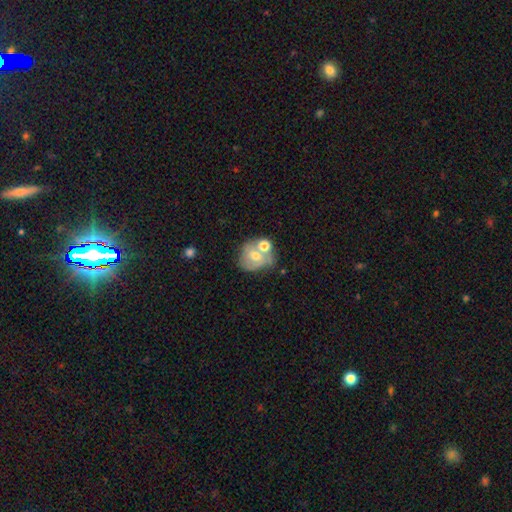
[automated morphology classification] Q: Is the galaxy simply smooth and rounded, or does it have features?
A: smooth — 49%.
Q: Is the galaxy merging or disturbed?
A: merger — 37%.